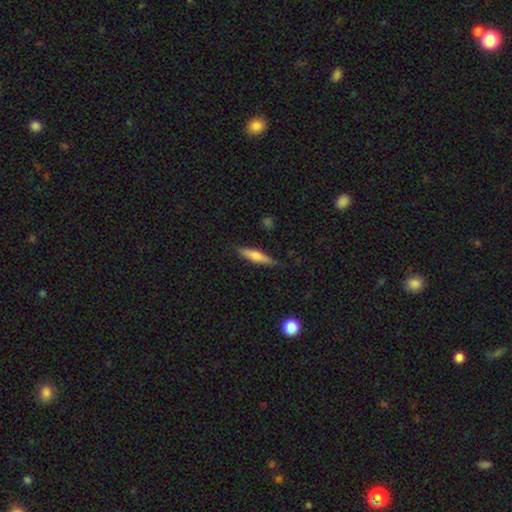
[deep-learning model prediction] smooth_or_featured: smooth (p=0.60) [alt: featured or disk p=0.34]
how_rounded: cigar-shaped (p=0.80) [alt: in between p=0.18]
merging: none (p=0.84) [alt: minor disturbance p=0.12]